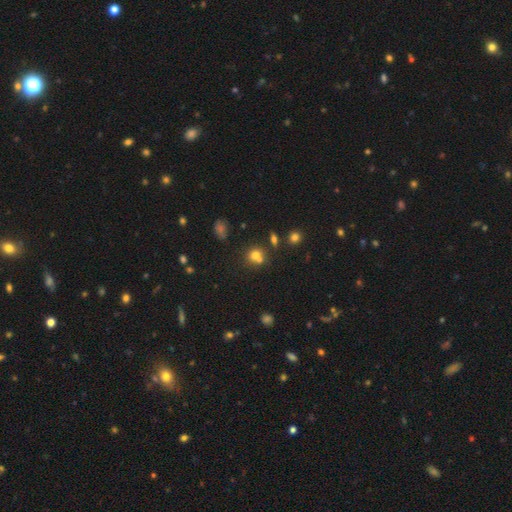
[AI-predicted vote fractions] Smooth or featured?
  - smooth: 69% *
  - star or artifact: 17%
  - featured or disk: 13%
How rounded?
  - round: 79% *
  - in between: 20%
  - cigar-shaped: 1%
Merging?
  - none: 45% *
  - merger: 42%
  - minor disturbance: 9%
  - major disturbance: 4%